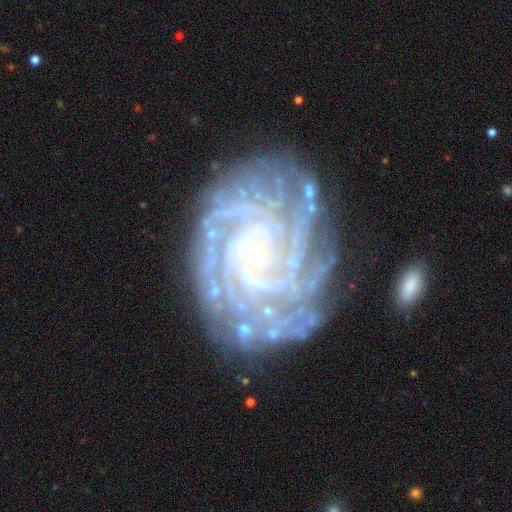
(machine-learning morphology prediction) type=featured or disk (91%); edge-on=no (98%); bar=no (70%); spiral arms=yes (98%); winding=tight (80%); arm count=4 (24%); bulge=small (85%); merging=none (74%).